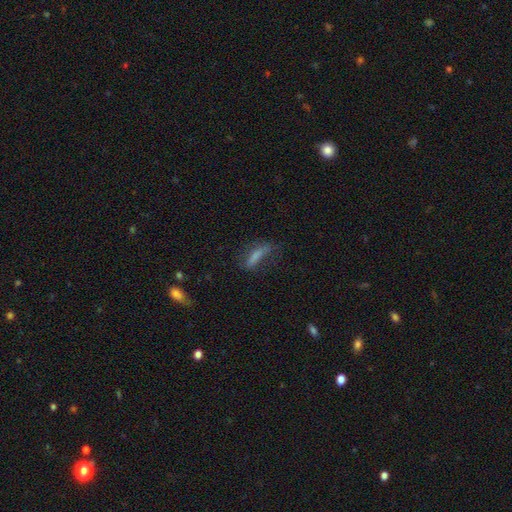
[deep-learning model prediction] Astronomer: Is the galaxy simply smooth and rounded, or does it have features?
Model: smooth — 58%.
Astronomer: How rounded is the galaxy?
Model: cigar-shaped — 72%.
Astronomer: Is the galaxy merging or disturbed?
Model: none — 55%.